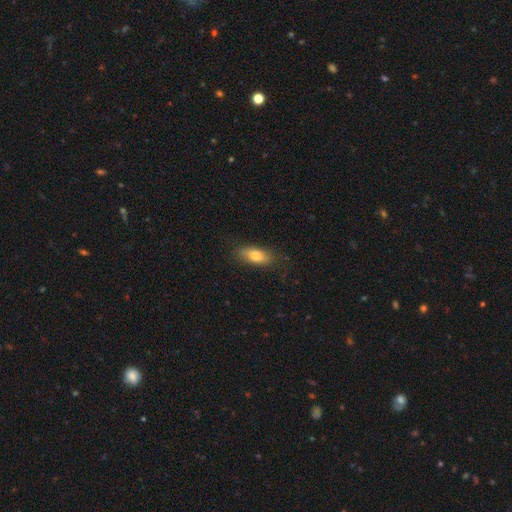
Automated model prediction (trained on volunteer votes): Q: Smooth or featured?
A: smooth (76%); runner-up: featured or disk (17%)
Q: How rounded?
A: in between (78%); runner-up: cigar-shaped (18%)
Q: Merging?
A: none (79%); runner-up: minor disturbance (16%)